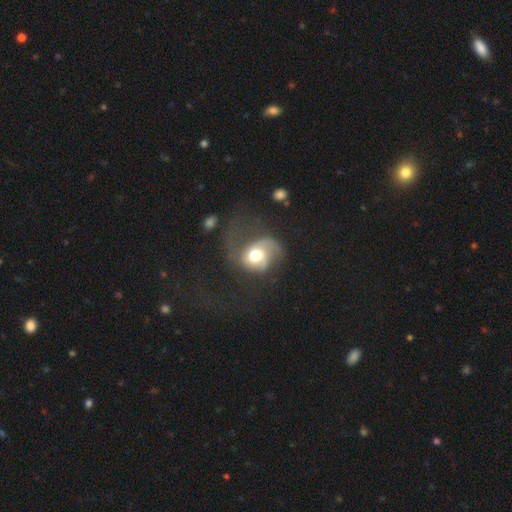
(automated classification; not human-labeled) Q: Smooth or featured?
A: featured or disk (61%); runner-up: smooth (31%)
Q: Edge-on disk?
A: no (97%); runner-up: yes (3%)
Q: Bar?
A: no (70%); runner-up: weak (24%)
Q: Spiral arms?
A: yes (83%); runner-up: no (17%)
Q: Bulge size?
A: moderate (54%); runner-up: large (34%)
Q: Merging?
A: major disturbance (46%); runner-up: none (32%)